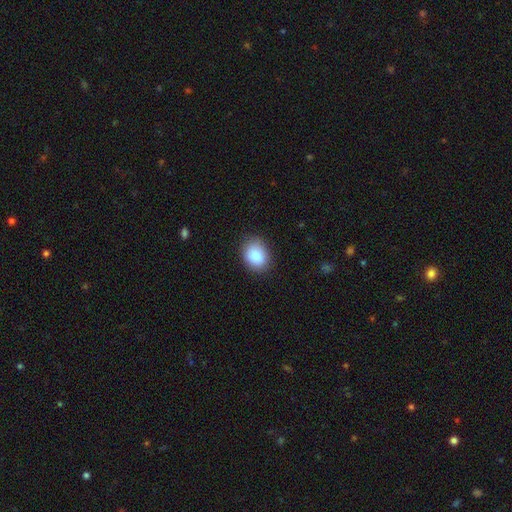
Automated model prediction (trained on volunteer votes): Q: Smooth or featured?
A: smooth (89%); runner-up: star or artifact (7%)
Q: How rounded?
A: in between (70%); runner-up: round (29%)
Q: Merging?
A: none (83%); runner-up: minor disturbance (13%)